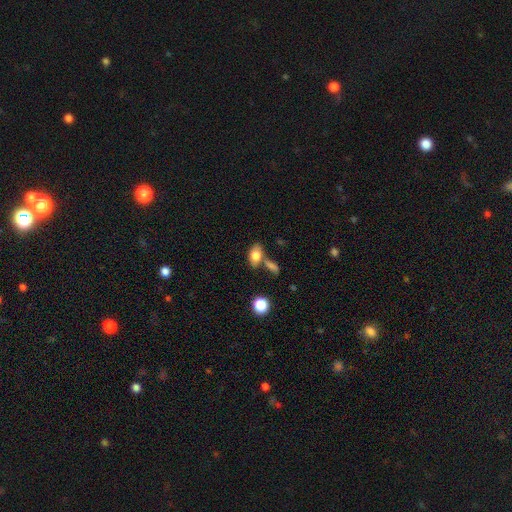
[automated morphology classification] type=smooth (78%); roundness=in between (86%); merging=none (54%).